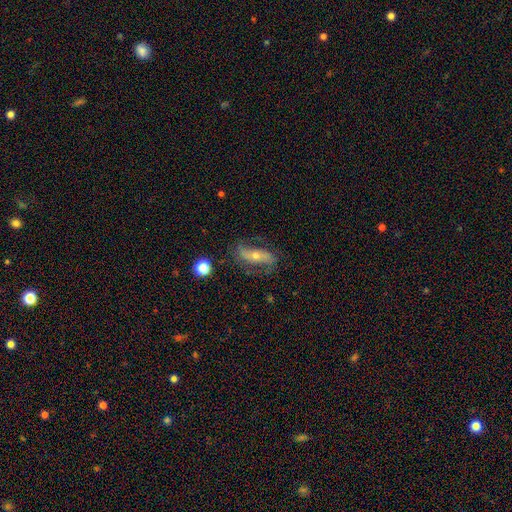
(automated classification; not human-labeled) Smooth or featured?
  - featured or disk: 69% *
  - smooth: 22%
  - star or artifact: 9%
Edge-on disk?
  - no: 83% *
  - yes: 17%
Bar?
  - no: 46% *
  - strong: 32%
  - weak: 22%
Spiral arms?
  - yes: 83% *
  - no: 17%
Bulge size?
  - small: 51% *
  - moderate: 44%
  - large: 2%
  - none: 1%
  - dominant: 1%
Merging?
  - none: 70% *
  - minor disturbance: 18%
  - major disturbance: 10%
  - merger: 2%